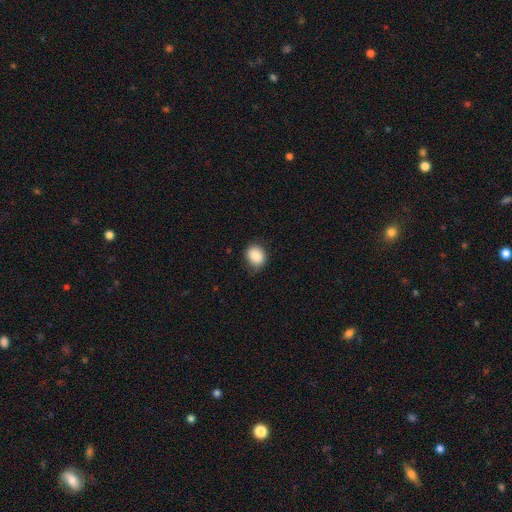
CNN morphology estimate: smooth_or_featured: smooth (p=0.87) [alt: star or artifact p=0.08]
how_rounded: round (p=0.62) [alt: in between p=0.37]
merging: none (p=0.78) [alt: minor disturbance p=0.18]